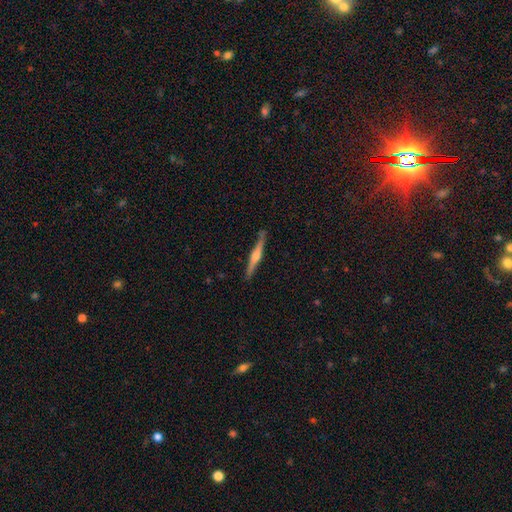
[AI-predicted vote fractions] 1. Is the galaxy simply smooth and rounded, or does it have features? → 75% featured or disk, 19% smooth, 5% star or artifact.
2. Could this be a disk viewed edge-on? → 98% yes, 2% no.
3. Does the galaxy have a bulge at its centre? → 81% rounded, 12% boxy, 8% none.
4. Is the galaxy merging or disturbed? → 88% none, 9% minor disturbance, 2% major disturbance, 1% merger.